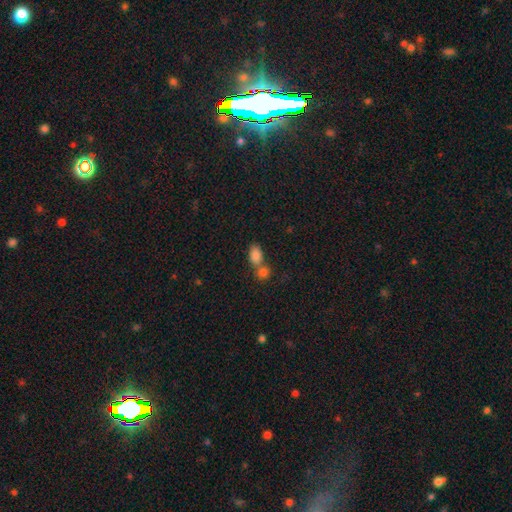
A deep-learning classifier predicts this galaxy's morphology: type=smooth (84%); roundness=in between (83%); merging=merger (50%).